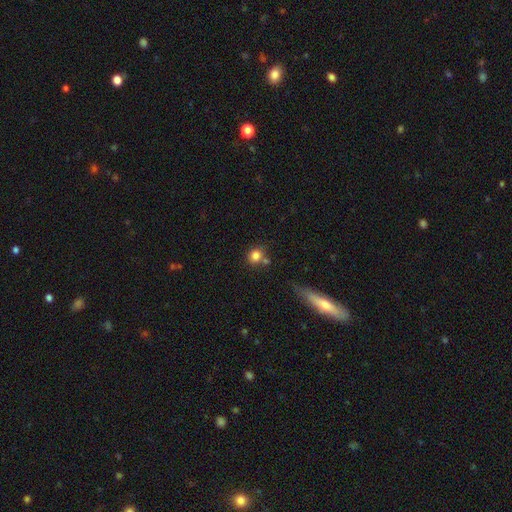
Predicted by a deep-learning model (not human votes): Smooth or featured?
  - smooth: 81% *
  - star or artifact: 11%
  - featured or disk: 8%
How rounded?
  - round: 75% *
  - in between: 24%
  - cigar-shaped: 1%
Merging?
  - none: 60% *
  - merger: 21%
  - minor disturbance: 14%
  - major disturbance: 5%